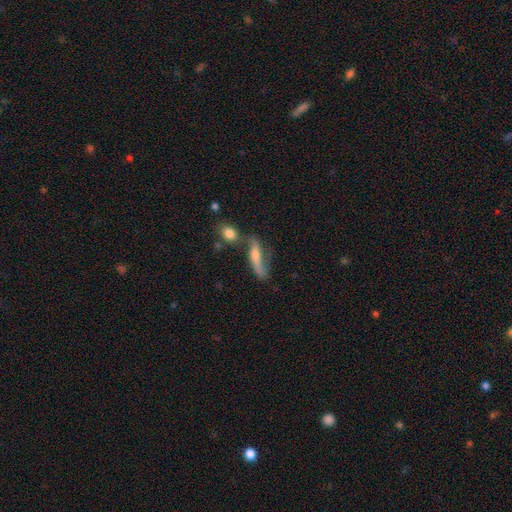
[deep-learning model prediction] The model was most divided on "smooth or featured": featured or disk: 48%, smooth: 42%, star or artifact: 10%. Remaining: merging — none (42%).